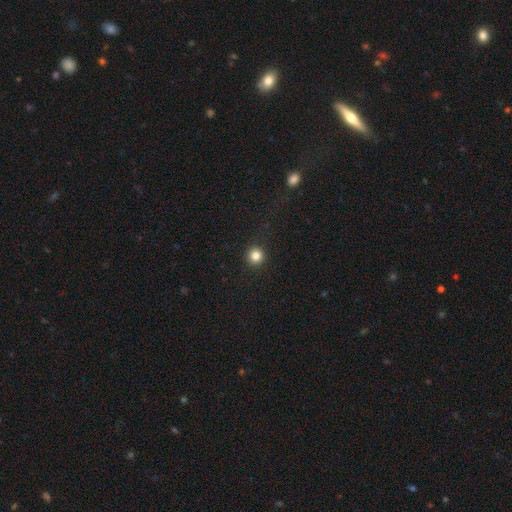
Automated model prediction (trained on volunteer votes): Overall: smooth (84%). How rounded: round (95%). Merging: none (93%).